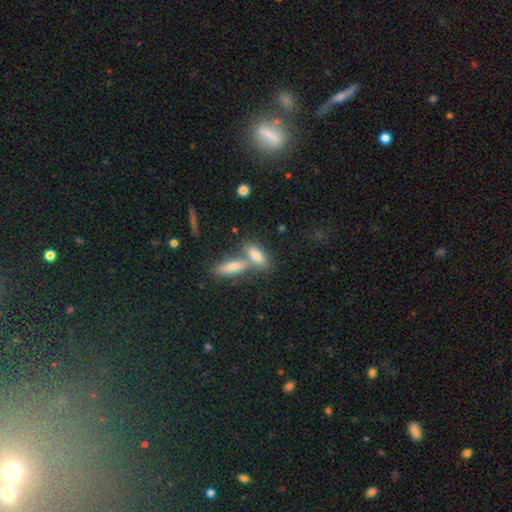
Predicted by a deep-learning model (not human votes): Morphology: type=smooth (78%); roundness=in between (68%); merging=merger (44%, tied with none).